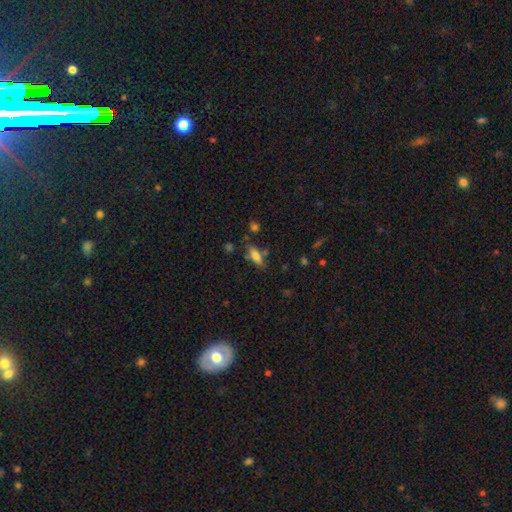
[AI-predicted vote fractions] This is likely a smooth galaxy (68%). How rounded: likely in between (66%). Merging: likely none (69%).